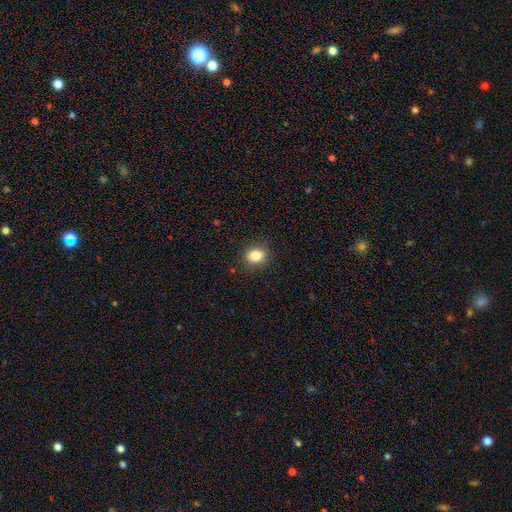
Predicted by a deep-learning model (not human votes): Smooth or featured?
  - smooth: 83% *
  - star or artifact: 10%
  - featured or disk: 7%
How rounded?
  - round: 54% *
  - in between: 45%
  - cigar-shaped: 1%
Merging?
  - none: 88% *
  - minor disturbance: 9%
  - major disturbance: 3%
  - merger: 1%